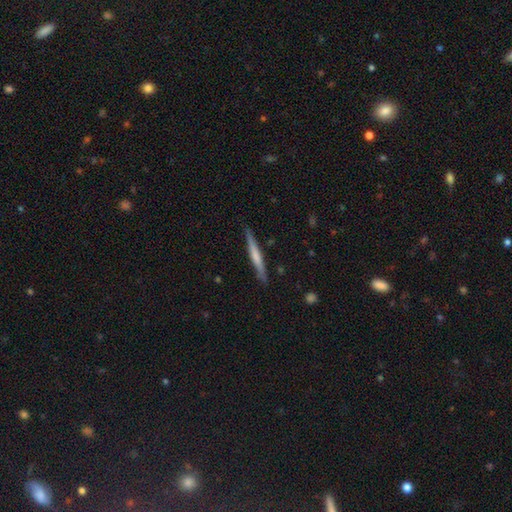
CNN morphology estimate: Smooth or featured? smooth (49%)
Merging? none (88%)